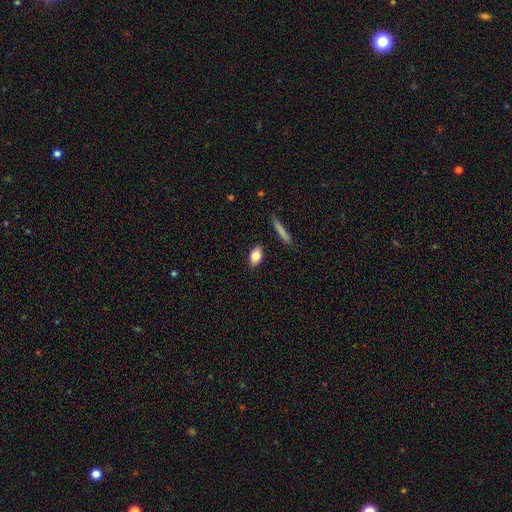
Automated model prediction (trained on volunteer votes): Q: Smooth or featured?
A: smooth (82%); runner-up: featured or disk (11%)
Q: How rounded?
A: in between (85%); runner-up: round (10%)
Q: Merging?
A: none (87%); runner-up: minor disturbance (9%)